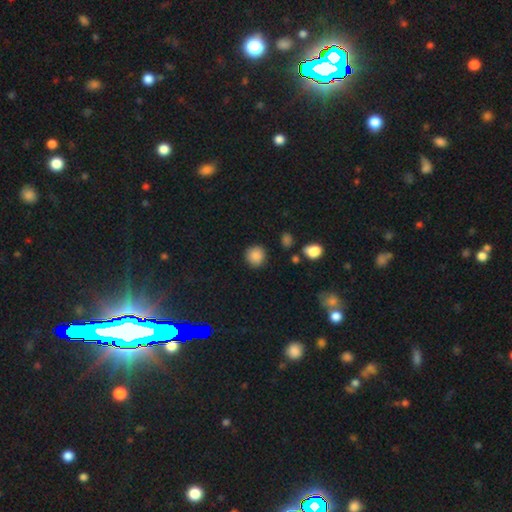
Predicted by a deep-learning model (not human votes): Smooth or featured?
  - smooth: 87% *
  - star or artifact: 10%
  - featured or disk: 4%
How rounded?
  - round: 89% *
  - in between: 10%
  - cigar-shaped: 1%
Merging?
  - none: 86% *
  - minor disturbance: 9%
  - major disturbance: 3%
  - merger: 2%